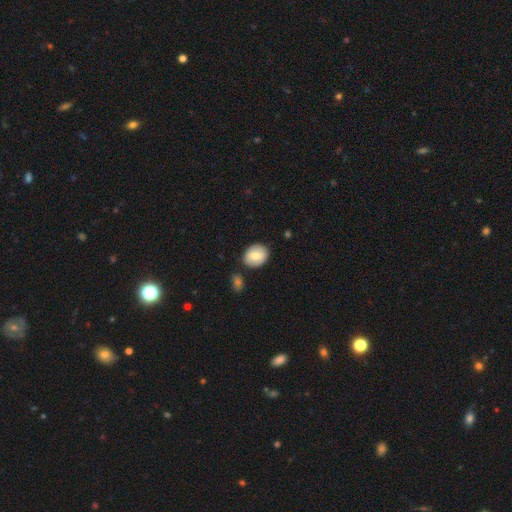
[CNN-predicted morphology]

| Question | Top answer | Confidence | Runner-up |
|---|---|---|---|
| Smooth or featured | smooth | 75% | featured or disk (18%) |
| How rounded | in between | 51% | round (48%) |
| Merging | none | 79% | minor disturbance (12%) |